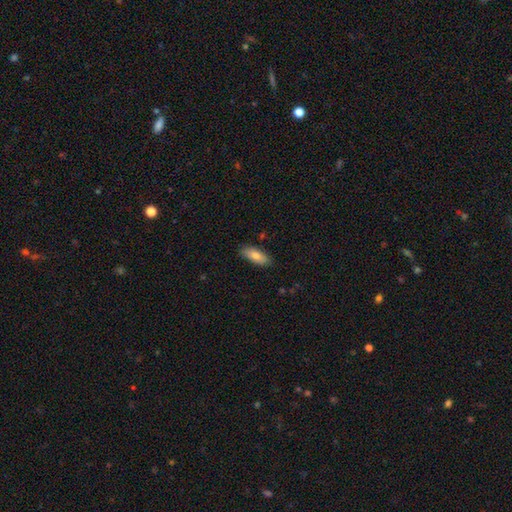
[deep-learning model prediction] smooth-or-featured: smooth: 80% | featured or disk: 14% | star or artifact: 6%
  how-rounded: in between: 75% | cigar-shaped: 23% | round: 2%
  merging: none: 84% | minor disturbance: 13% | major disturbance: 2% | merger: 1%